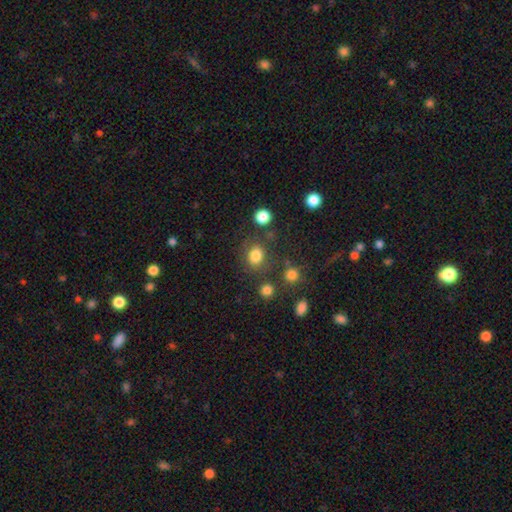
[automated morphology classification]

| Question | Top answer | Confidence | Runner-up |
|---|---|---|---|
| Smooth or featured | smooth | 81% | star or artifact (13%) |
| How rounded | round | 58% | in between (41%) |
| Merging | none | 72% | minor disturbance (14%) |